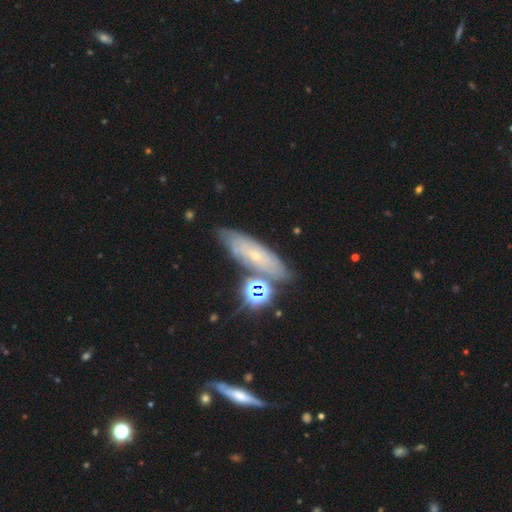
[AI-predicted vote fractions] This appears to be a featured or disk galaxy (51%). Merging: none (74%).